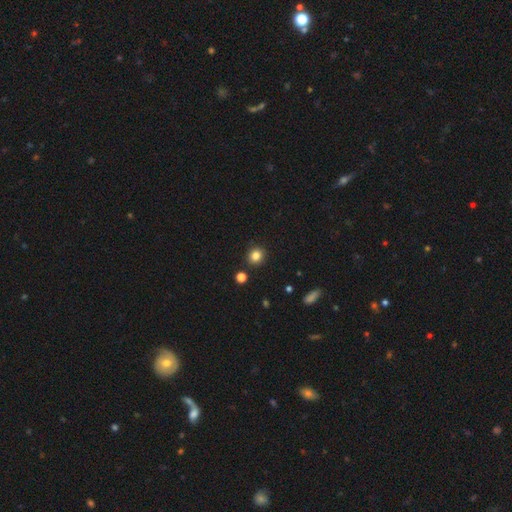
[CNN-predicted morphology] A smooth galaxy with no disk features (82%) that is round (86%). Merging: none (88%).